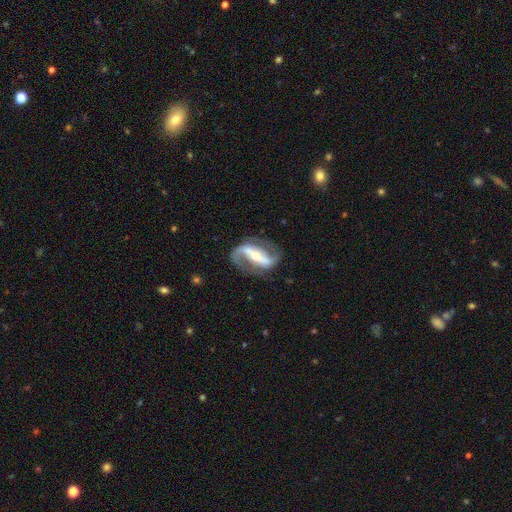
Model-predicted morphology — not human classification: featured or disk 89%, smooth 7%, star or artifact 4%. Down the decision tree: edge-on disk — no (94%); bar — strong (68%); spiral arms — yes (94%); spiral arm count — 2 (90%); spiral winding — medium (44%); bulge size — small (47%); merging — none (77%).